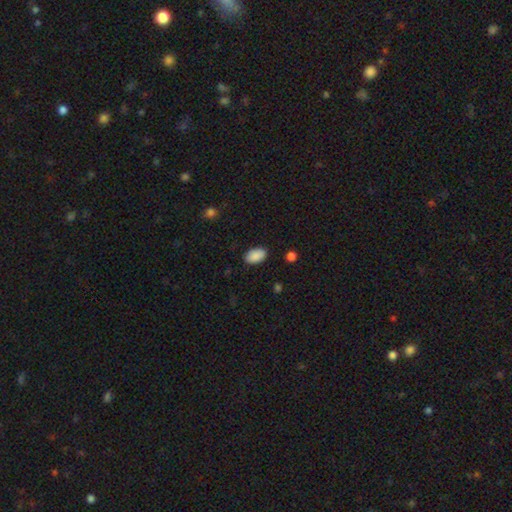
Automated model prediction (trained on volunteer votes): This is clearly a smooth galaxy (90%). How rounded: clearly in between (93%). Merging: clearly none (87%).